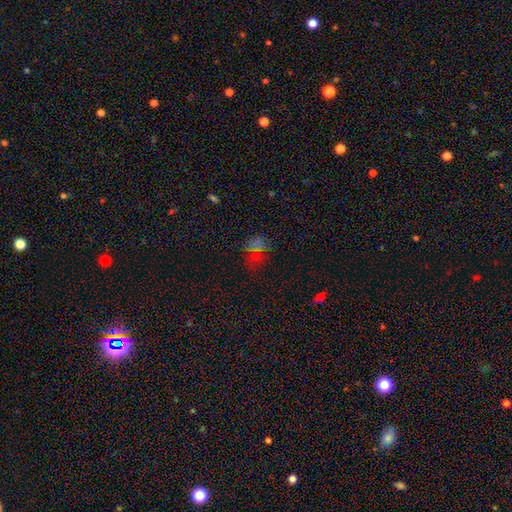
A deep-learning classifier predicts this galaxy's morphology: Smooth or featured? Predicted: smooth (p=0.53). How rounded? Predicted: in between (p=0.53). Merging? Predicted: none (p=0.51).